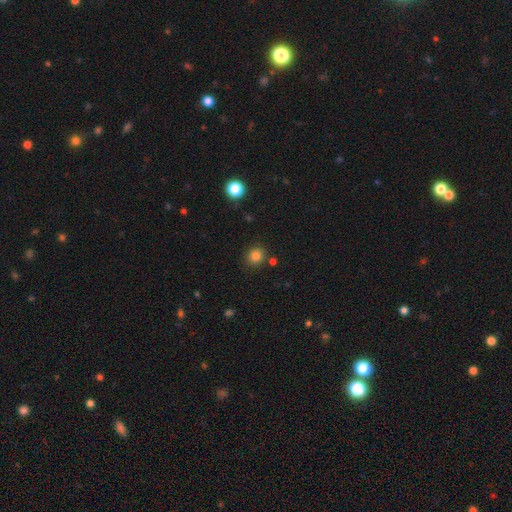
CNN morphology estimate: Q: Smooth or featured?
A: smooth (82%); runner-up: star or artifact (13%)
Q: How rounded?
A: round (81%); runner-up: in between (18%)
Q: Merging?
A: none (84%); runner-up: minor disturbance (8%)